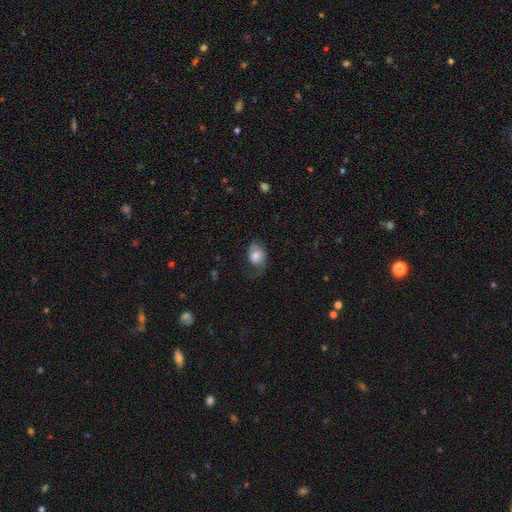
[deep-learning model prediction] Q: Smooth or featured?
A: smooth (62%); runner-up: featured or disk (30%)
Q: How rounded?
A: in between (63%); runner-up: round (36%)
Q: Merging?
A: none (41%); runner-up: major disturbance (32%)